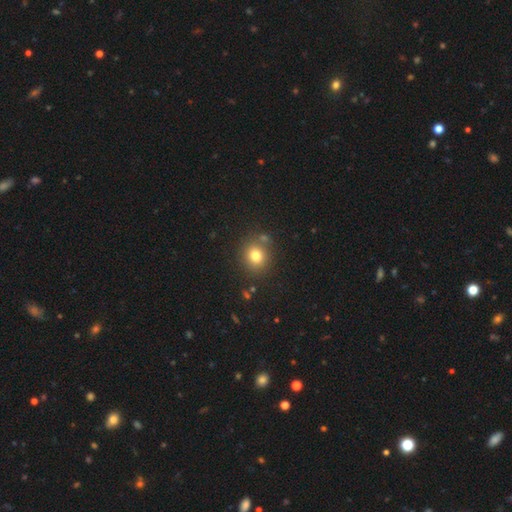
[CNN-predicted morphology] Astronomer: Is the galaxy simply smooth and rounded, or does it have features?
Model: smooth — 78%.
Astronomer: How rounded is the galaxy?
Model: round — 81%.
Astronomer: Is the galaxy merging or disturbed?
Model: none — 78%.